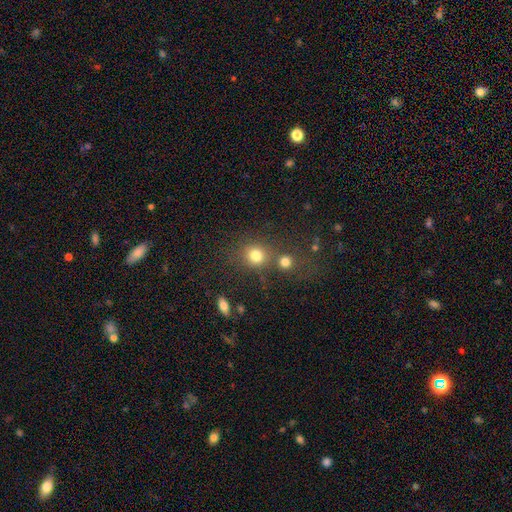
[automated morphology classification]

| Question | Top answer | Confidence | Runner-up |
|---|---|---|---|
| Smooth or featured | smooth | 80% | star or artifact (13%) |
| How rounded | round | 83% | in between (16%) |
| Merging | none | 61% | merger (24%) |